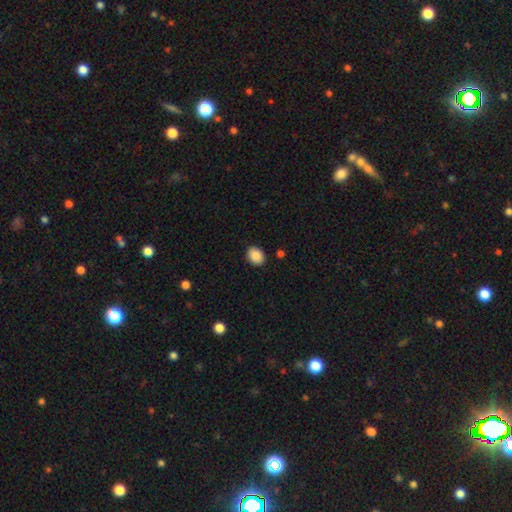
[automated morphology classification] A smooth galaxy with no disk features (88%) that is in between round and cigar-shaped (51%).

Vote fractions:
- Smooth or featured? smooth: 88% / star or artifact: 8% / featured or disk: 4%
- How rounded? in between: 51% / round: 48% / cigar-shaped: 1%
- Merging? none: 89% / minor disturbance: 8% / major disturbance: 2% / merger: 1%